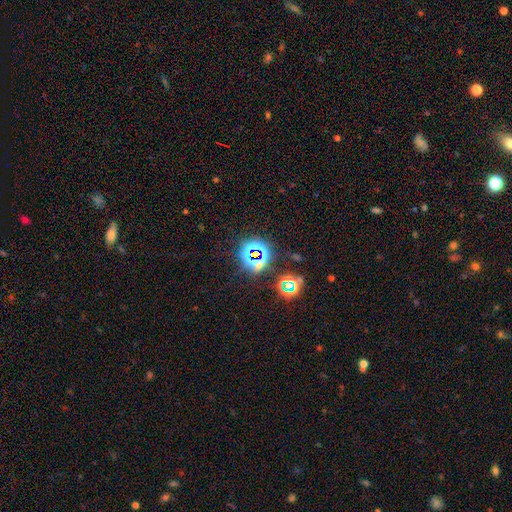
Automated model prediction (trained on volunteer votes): A star or artifact, not a galaxy (76%).

Vote fractions:
- Smooth or featured? star or artifact: 76% / smooth: 15% / featured or disk: 9%